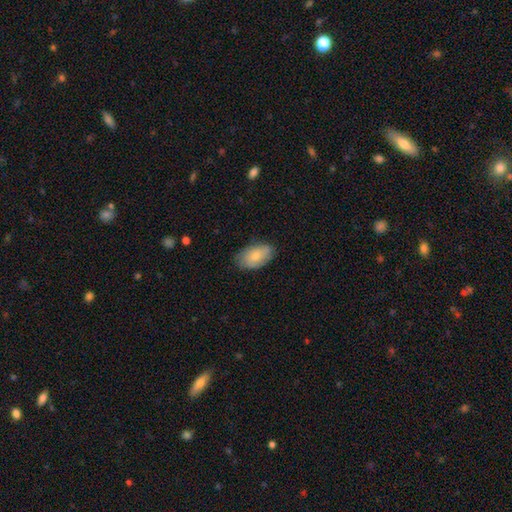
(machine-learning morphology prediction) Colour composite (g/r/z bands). It shows a smooth galaxy with no disk features (77%) that is in between round and cigar-shaped (93%). Merging: none (75%).